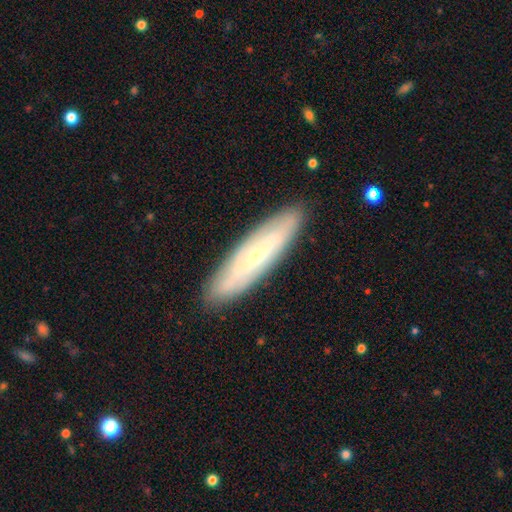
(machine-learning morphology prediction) smooth_or_featured: featured or disk (p=0.65) [alt: smooth p=0.29]
disk_edge_on: no (p=0.52) [alt: yes p=0.48]
merging: none (p=0.88) [alt: minor disturbance p=0.09]